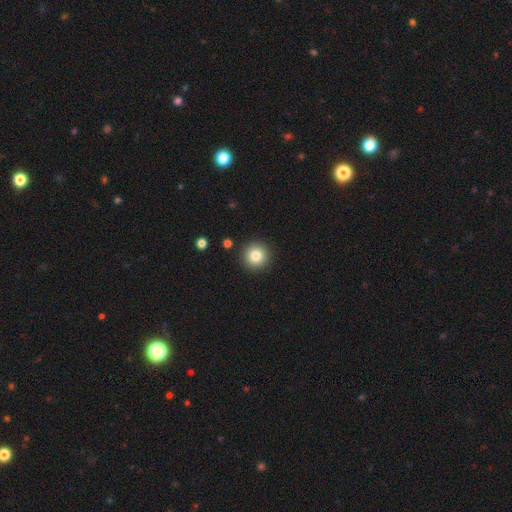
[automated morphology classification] This is clearly a smooth galaxy (83%). How rounded: clearly round (96%). Merging: clearly none (91%).